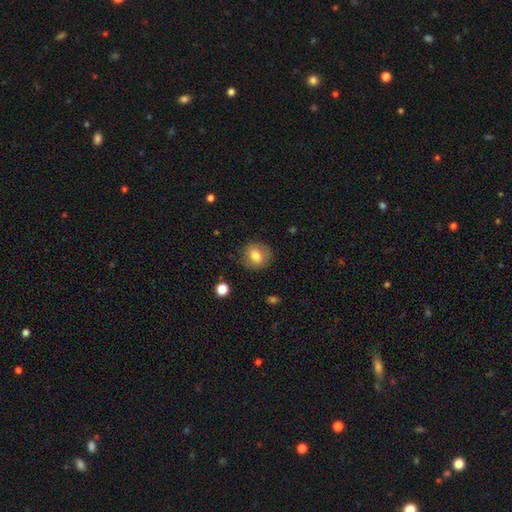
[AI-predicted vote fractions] The model was most divided on "how rounded": round: 72%, in between: 28%, cigar-shaped: 1%. More confident: merging — none (81%); smooth or featured — smooth (74%).